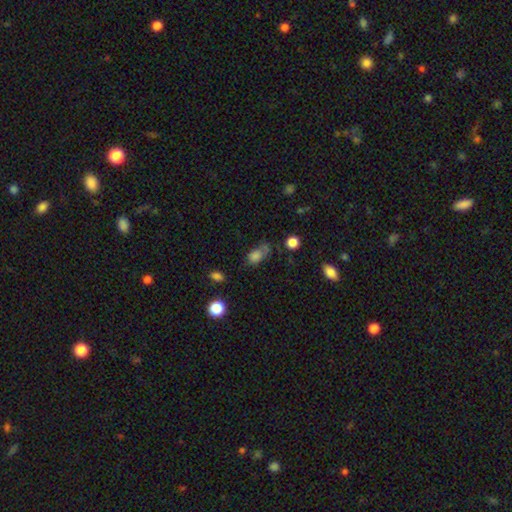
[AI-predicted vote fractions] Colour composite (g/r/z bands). It shows a smooth galaxy with no disk features (77%) that is in between round and cigar-shaped (76%). Merging: none (41%).